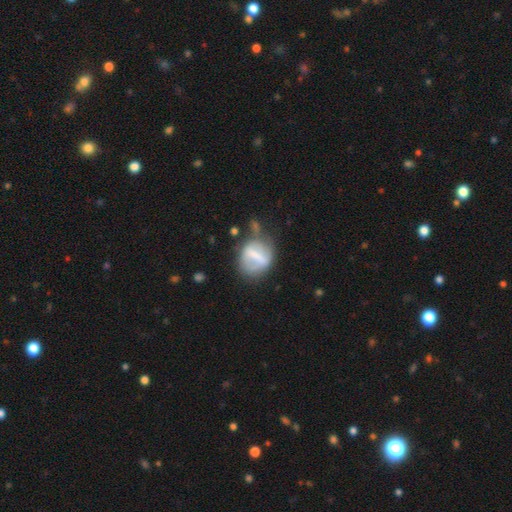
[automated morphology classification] Overall: featured or disk (52%; smooth 40%). Edge-on disk: no (94%). Merging: none (46%; minor disturbance 26%).